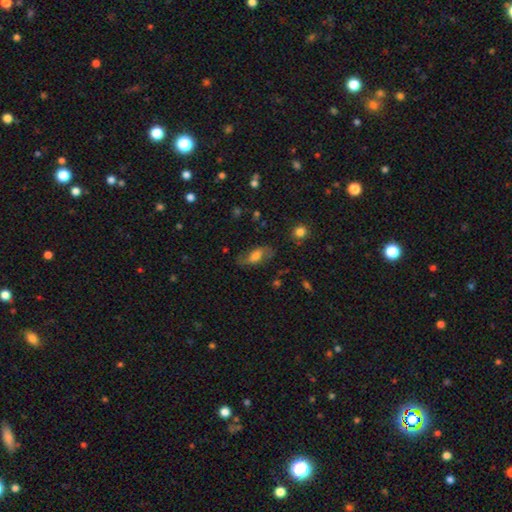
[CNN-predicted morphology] smooth 49%, featured or disk 42%, star or artifact 9%. Down the decision tree: merging — none (67%).